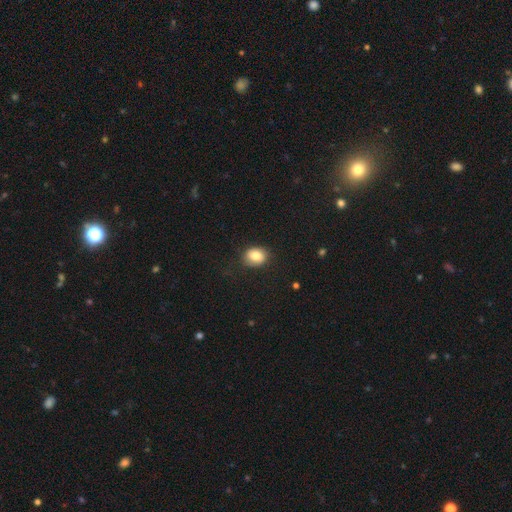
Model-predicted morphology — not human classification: smooth-or-featured: smooth: 83% | featured or disk: 9% | star or artifact: 9%
  how-rounded: round: 50% | in between: 49% | cigar-shaped: 1%
  merging: none: 82% | minor disturbance: 13% | major disturbance: 4% | merger: 1%